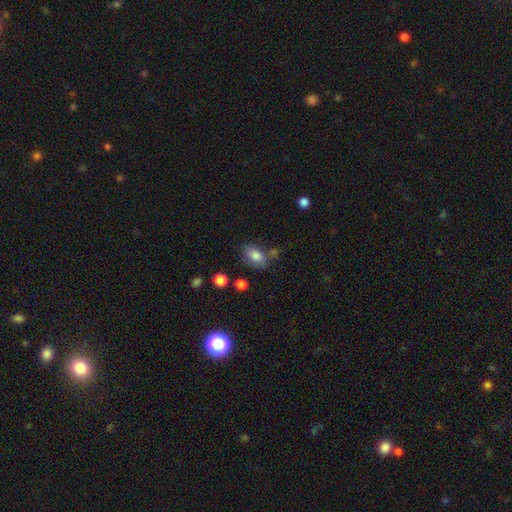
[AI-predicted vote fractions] Smooth or featured: smooth — 81% (featured or disk — 10%)
How rounded: in between — 87% (round — 11%)
Merging: none — 65% (minor disturbance — 20%)